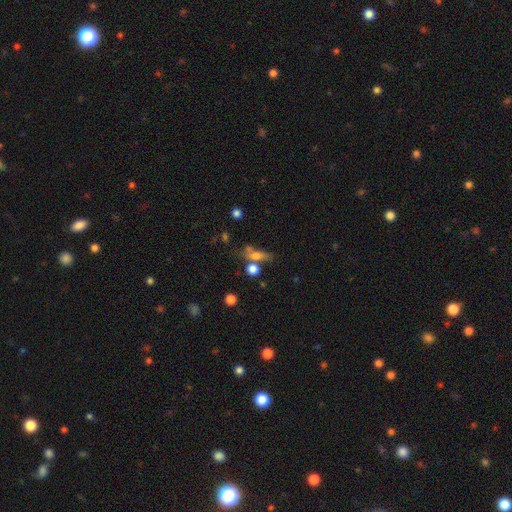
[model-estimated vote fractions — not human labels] Smooth or featured?
  - smooth: 61% *
  - featured or disk: 24%
  - star or artifact: 16%
How rounded?
  - in between: 47% *
  - cigar-shaped: 30%
  - round: 23%
Merging?
  - none: 44% *
  - merger: 28%
  - minor disturbance: 16%
  - major disturbance: 12%